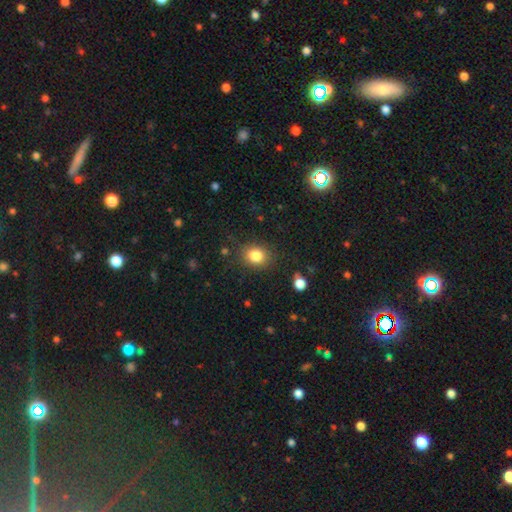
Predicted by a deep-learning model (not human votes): smooth-or-featured: smooth: 83% | star or artifact: 11% | featured or disk: 6%
  how-rounded: round: 59% | in between: 40% | cigar-shaped: 1%
  merging: none: 83% | minor disturbance: 11% | major disturbance: 4% | merger: 2%